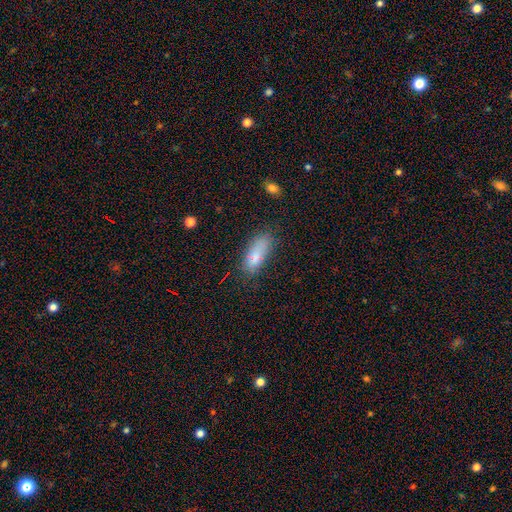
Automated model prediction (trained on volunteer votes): smooth_or_featured: smooth (p=0.76) [alt: featured or disk p=0.13]
how_rounded: in between (p=0.76) [alt: cigar-shaped p=0.20]
merging: none (p=0.56) [alt: minor disturbance p=0.25]